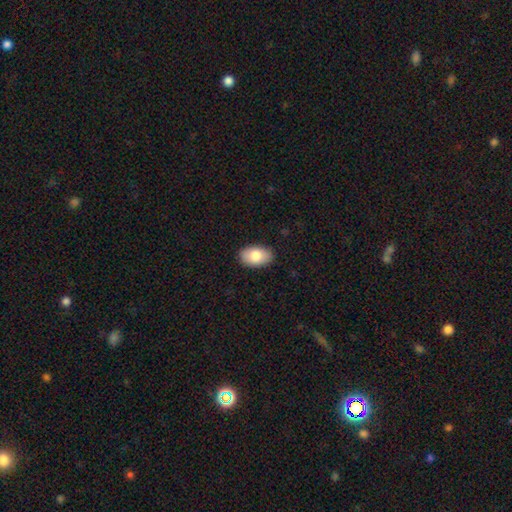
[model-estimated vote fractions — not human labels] This is clearly a smooth galaxy (82%). How rounded: clearly in between (92%). Merging: clearly none (88%).